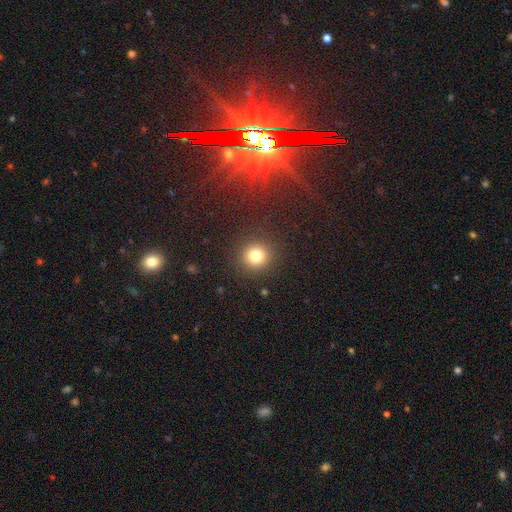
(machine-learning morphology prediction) A smooth galaxy with no disk features (79%) that is round (92%).

Vote fractions:
- Smooth or featured? smooth: 79% / star or artifact: 14% / featured or disk: 7%
- How rounded? round: 92% / in between: 7% / cigar-shaped: 1%
- Merging? none: 90% / minor disturbance: 6% / major disturbance: 3% / merger: 1%